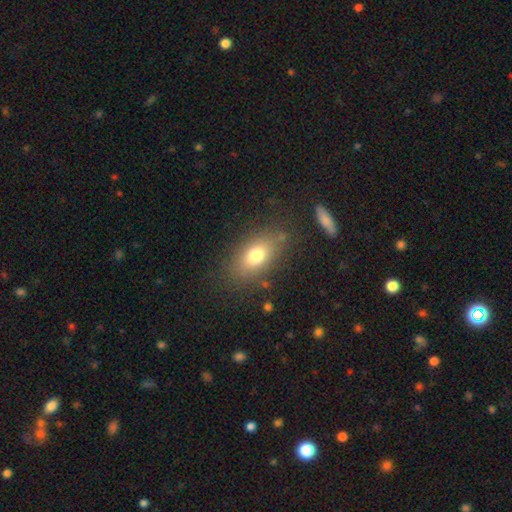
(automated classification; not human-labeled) Overall: smooth (75%). How rounded: in between (83%). Merging: none (79%).